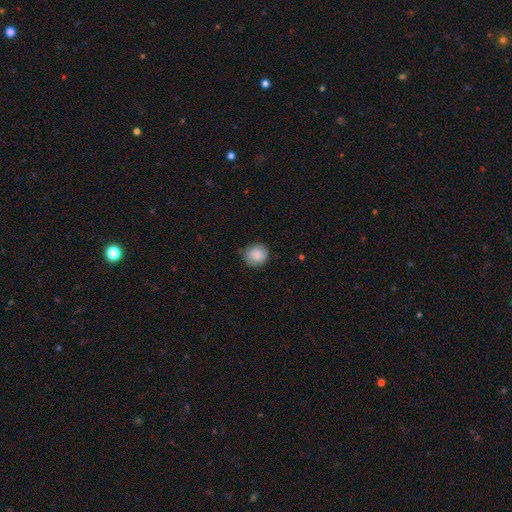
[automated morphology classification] This is clearly a smooth galaxy (84%). How rounded: clearly round (82%). Merging: likely none (76%).